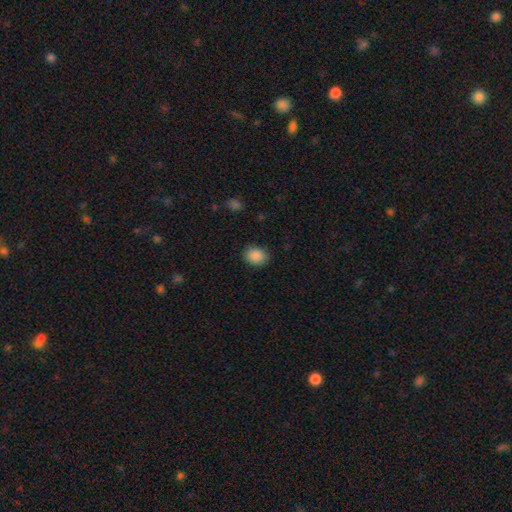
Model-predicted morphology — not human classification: A smooth galaxy with no disk features (89%) that is round (52%).

Vote fractions:
- Smooth or featured? smooth: 89% / star or artifact: 8% / featured or disk: 3%
- How rounded? round: 52% / in between: 47% / cigar-shaped: 1%
- Merging? none: 87% / minor disturbance: 9% / major disturbance: 3% / merger: 1%